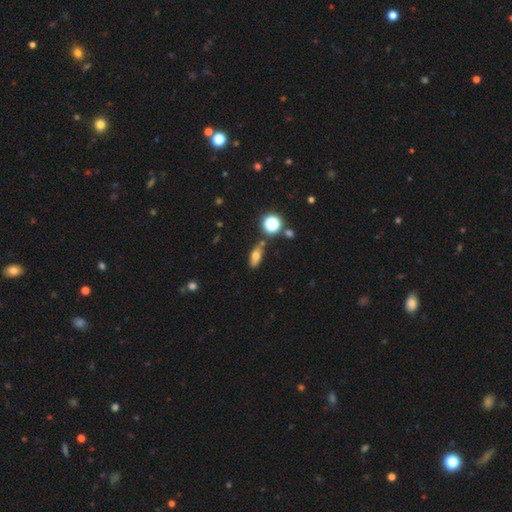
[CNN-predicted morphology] smooth_or_featured: smooth (p=0.65) [alt: featured or disk p=0.20]
how_rounded: in between (p=0.69) [alt: cigar-shaped p=0.20]
merging: none (p=0.77) [alt: minor disturbance p=0.13]